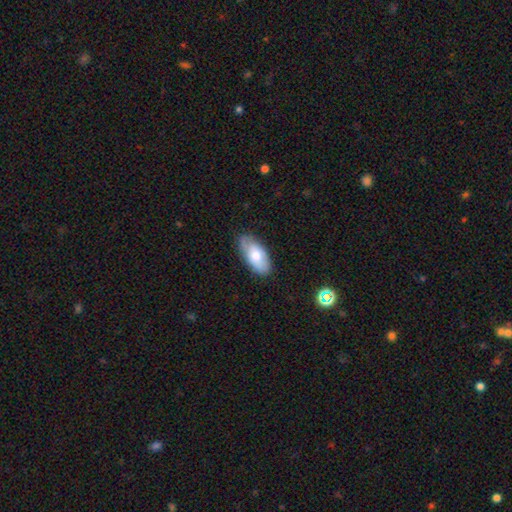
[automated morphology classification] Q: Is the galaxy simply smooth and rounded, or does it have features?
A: smooth — 67%.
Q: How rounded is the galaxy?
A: in between — 91%.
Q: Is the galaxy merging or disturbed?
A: none — 73%.